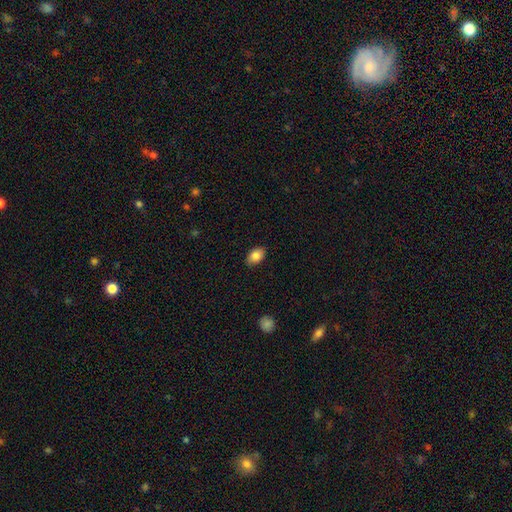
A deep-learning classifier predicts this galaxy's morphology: A smooth galaxy with no disk features (85%) that is in between round and cigar-shaped (87%). Merging: none (86%).